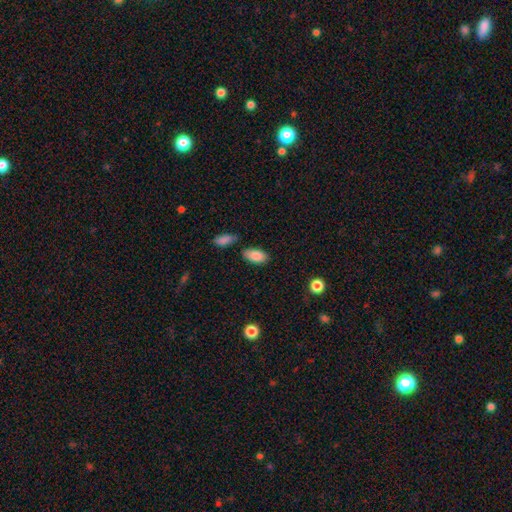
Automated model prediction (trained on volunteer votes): smooth-or-featured: smooth: 87% | star or artifact: 7% | featured or disk: 6%
  how-rounded: in between: 93% | cigar-shaped: 3% | round: 3%
  merging: none: 76% | minor disturbance: 15% | merger: 6% | major disturbance: 3%